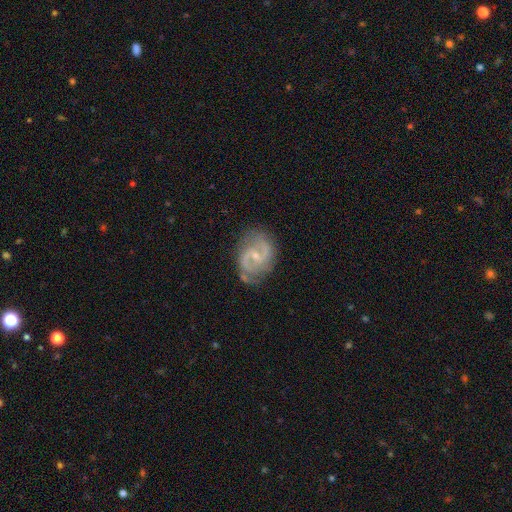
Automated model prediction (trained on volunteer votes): A featured or disk galaxy (89%) with a weak bar (52%), 2 (91%) medium (59%) spiral arms (97%) and a small central bulge (65%). Merging: none (75%).